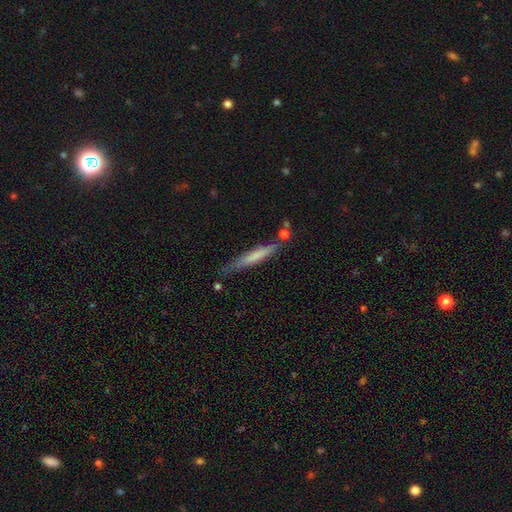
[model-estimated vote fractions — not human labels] Overall: smooth (58%; featured or disk 36%). How rounded: cigar-shaped (95%). Merging: none (72%).